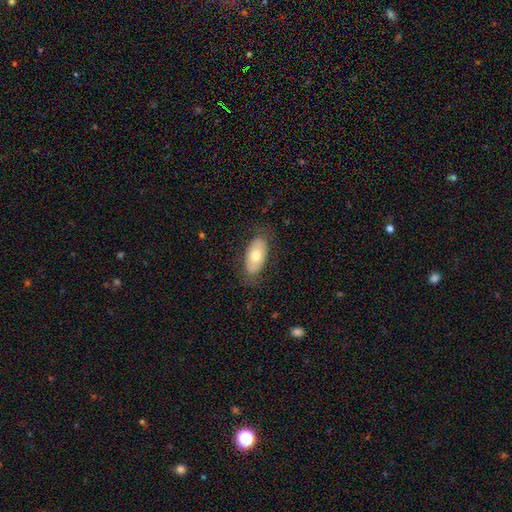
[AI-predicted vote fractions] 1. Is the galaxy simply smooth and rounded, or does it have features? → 68% smooth, 26% featured or disk, 6% star or artifact.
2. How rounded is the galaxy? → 94% in between, 3% cigar-shaped, 3% round.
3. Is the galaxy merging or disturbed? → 80% none, 15% minor disturbance, 5% major disturbance, 1% merger.